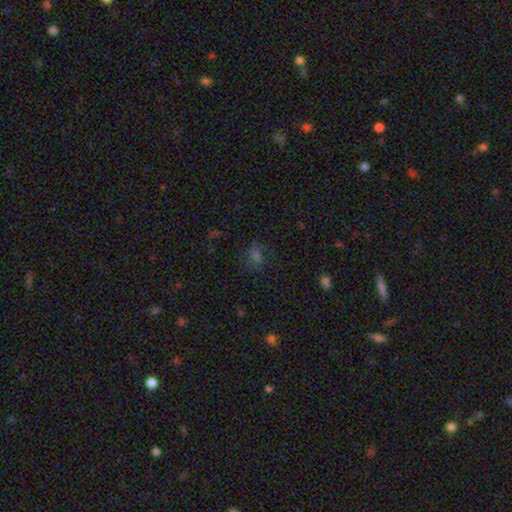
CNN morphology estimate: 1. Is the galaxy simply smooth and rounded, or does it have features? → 43% smooth, 36% star or artifact, 21% featured or disk.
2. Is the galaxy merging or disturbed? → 69% none, 18% minor disturbance, 11% major disturbance, 2% merger.